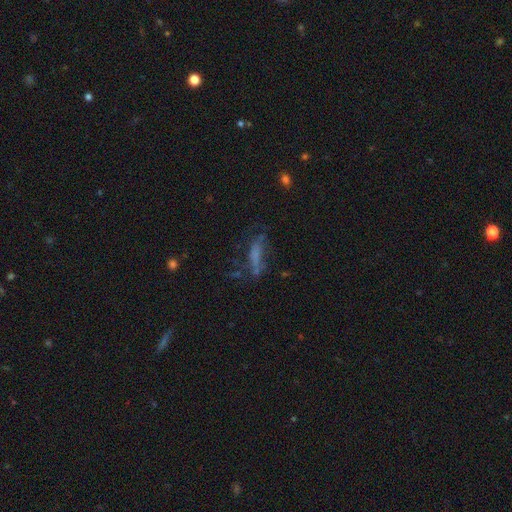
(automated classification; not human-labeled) Smooth or featured: smooth — 47% (featured or disk — 33%)
Merging: none — 43% (major disturbance — 27%)